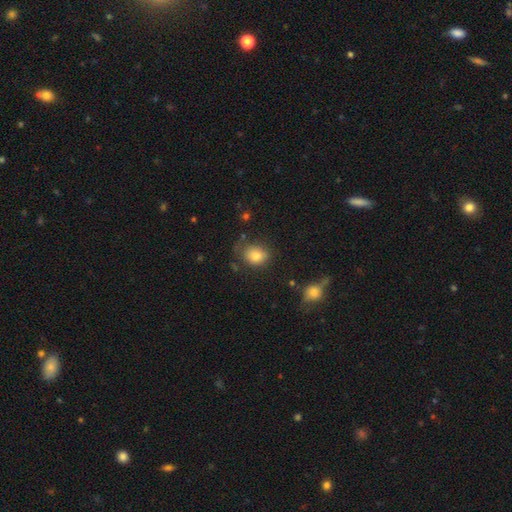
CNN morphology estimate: smooth 80%, star or artifact 10%, featured or disk 10%. Down the decision tree: how rounded — in between (51%); merging — none (66%).